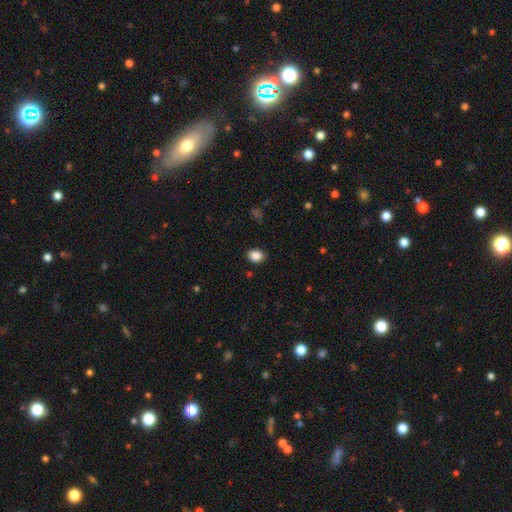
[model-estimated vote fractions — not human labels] Smooth or featured?
  - smooth: 88% *
  - star or artifact: 9%
  - featured or disk: 4%
How rounded?
  - in between: 63% *
  - round: 36%
  - cigar-shaped: 1%
Merging?
  - none: 86% *
  - minor disturbance: 10%
  - major disturbance: 2%
  - merger: 1%